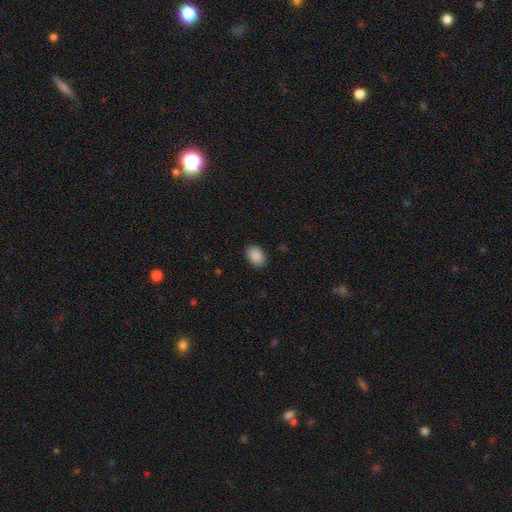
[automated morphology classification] smooth_or_featured: smooth (p=0.90) [alt: star or artifact p=0.07]
how_rounded: in between (p=0.81) [alt: round p=0.18]
merging: none (p=0.87) [alt: minor disturbance p=0.10]